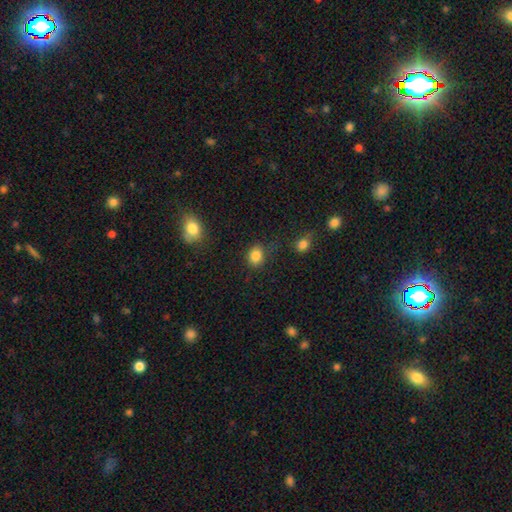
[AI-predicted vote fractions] This is clearly a smooth galaxy (85%). How rounded: possibly round (59%). Merging: likely none (77%).